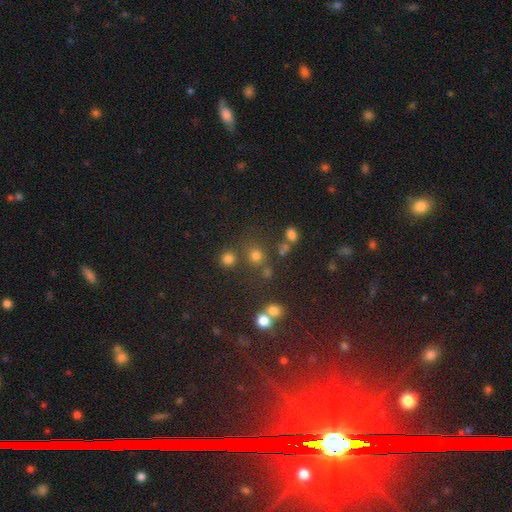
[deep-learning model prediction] smooth-or-featured: smooth: 69% | star or artifact: 23% | featured or disk: 8%
  how-rounded: round: 87% | in between: 12% | cigar-shaped: 1%
  merging: none: 72% | merger: 15% | minor disturbance: 9% | major disturbance: 5%